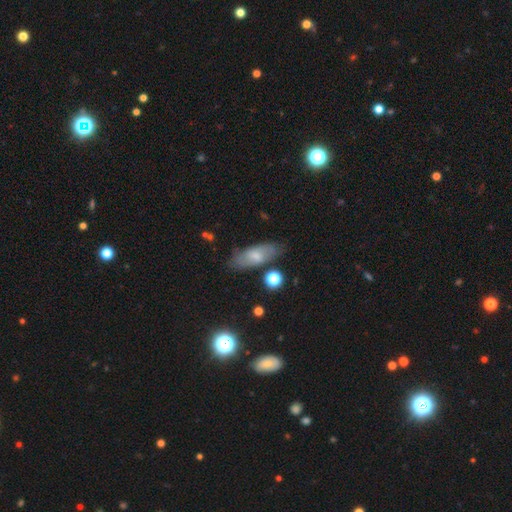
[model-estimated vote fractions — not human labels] A smooth galaxy with no disk features (64%) that is in between round and cigar-shaped (76%).

Vote fractions:
- Smooth or featured? smooth: 64% / featured or disk: 27% / star or artifact: 8%
- How rounded? in between: 76% / cigar-shaped: 21% / round: 3%
- Merging? none: 76% / minor disturbance: 16% / major disturbance: 5% / merger: 3%